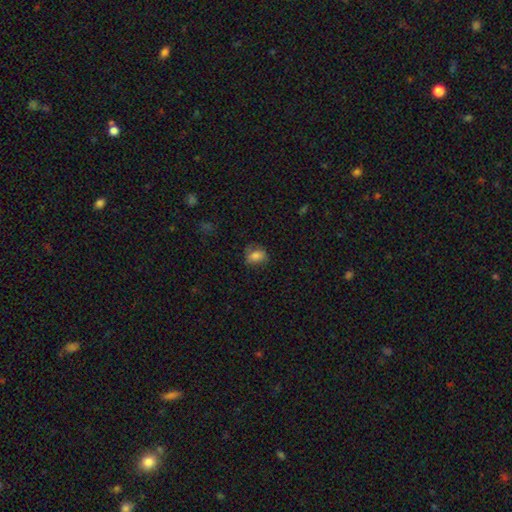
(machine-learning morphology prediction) type=smooth (76%); roundness=in between (60%); merging=none (65%).